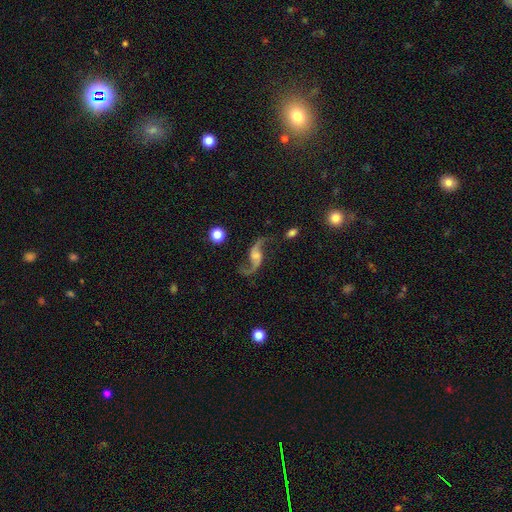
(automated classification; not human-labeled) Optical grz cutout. It shows a featured or disk galaxy (90%) with no bar (55%), 2 (94%) loose (90%) spiral arms (97%) and a small central bulge (34%). Merging: none (74%).